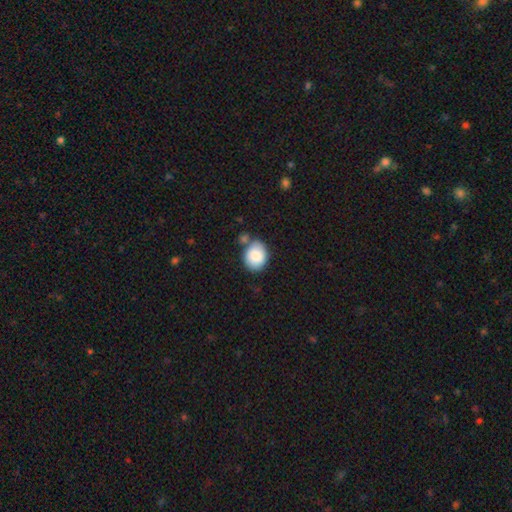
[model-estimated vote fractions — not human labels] Smooth or featured? smooth (86%)
How rounded? in between (51%)
Merging? none (63%)